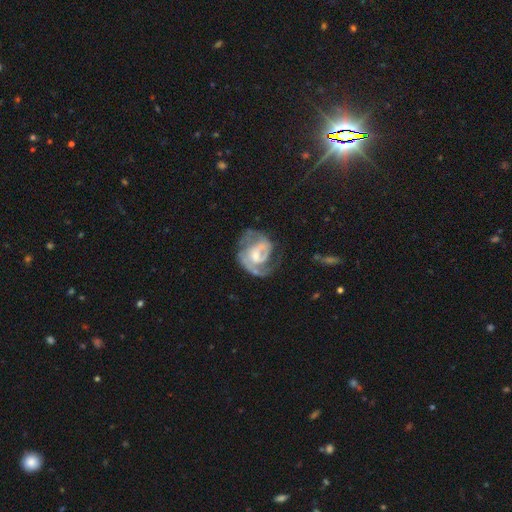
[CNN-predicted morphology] This appears to be a featured or disk galaxy (79%) with no bar (53%), 2 (44%) medium (42%) spiral arms (85%) and a small central bulge (45%). Merging: none (45%).